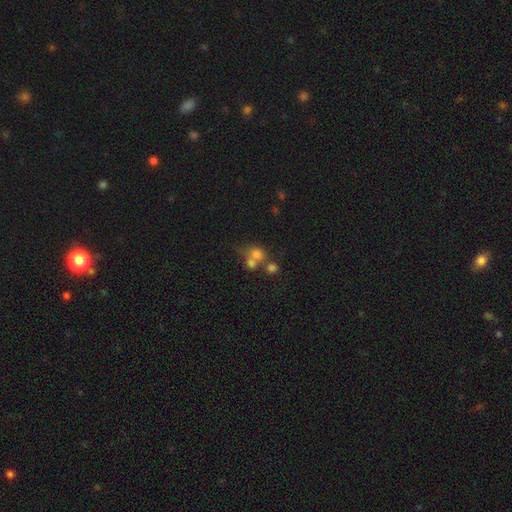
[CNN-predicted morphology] smooth-or-featured: smooth: 69% | star or artifact: 16% | featured or disk: 15%
  how-rounded: round: 78% | in between: 20% | cigar-shaped: 1%
  merging: merger: 49% | none: 37% | minor disturbance: 8% | major disturbance: 6%